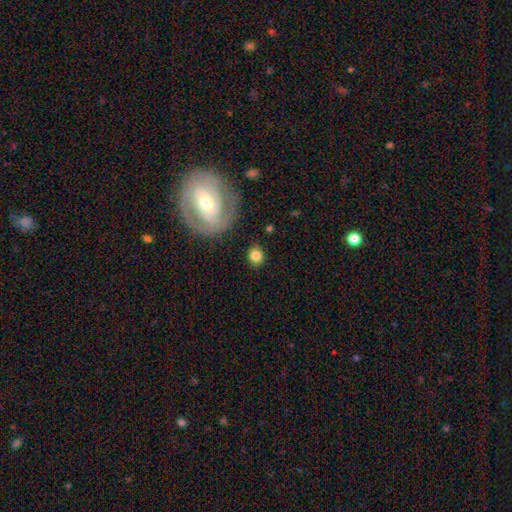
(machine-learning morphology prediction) smooth_or_featured: smooth (p=0.79) [alt: featured or disk p=0.12]
how_rounded: round (p=0.72) [alt: in between p=0.27]
merging: none (p=0.83) [alt: minor disturbance p=0.10]